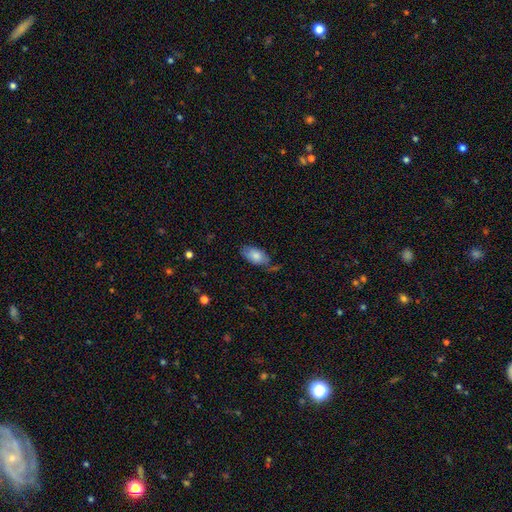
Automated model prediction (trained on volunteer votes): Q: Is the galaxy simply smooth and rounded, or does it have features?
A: smooth — 77%.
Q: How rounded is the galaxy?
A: in between — 92%.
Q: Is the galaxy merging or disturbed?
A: none — 56%.